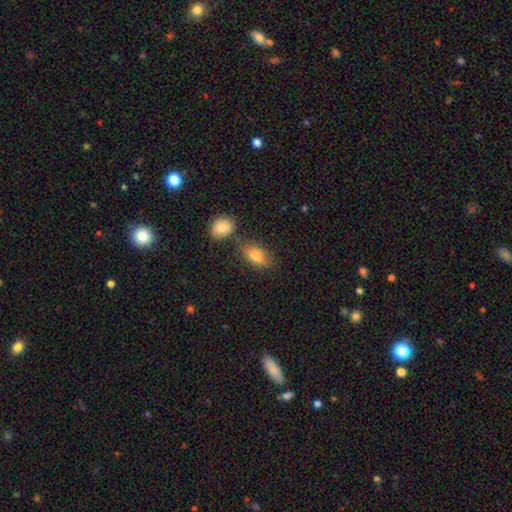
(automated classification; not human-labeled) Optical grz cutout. It shows a smooth galaxy with no disk features (81%) that is in between round and cigar-shaped (89%). Merging: none (71%).